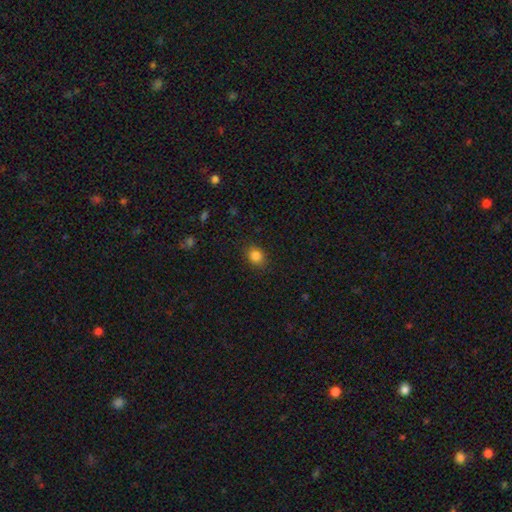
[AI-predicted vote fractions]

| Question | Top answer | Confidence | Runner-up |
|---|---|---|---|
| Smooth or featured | smooth | 84% | star or artifact (11%) |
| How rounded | round | 58% | in between (41%) |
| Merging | none | 87% | minor disturbance (9%) |